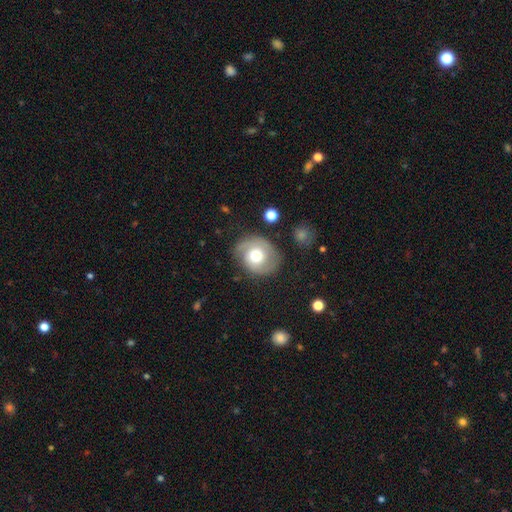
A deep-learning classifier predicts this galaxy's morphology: Smooth or featured? featured or disk (52%)
Edge-on disk? no (97%)
Bar? no (79%)
Spiral arms? yes (75%)
Bulge size? moderate (68%)
Merging? none (68%)